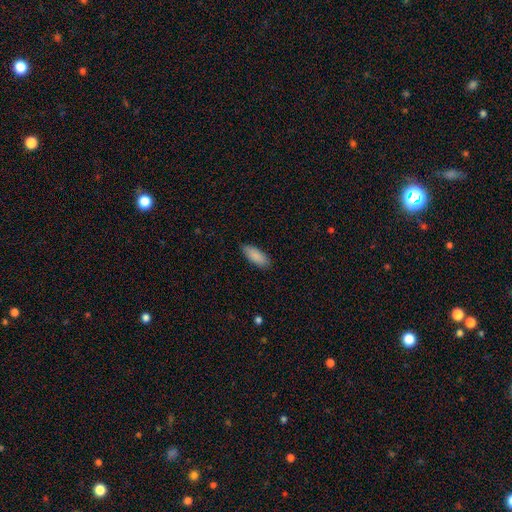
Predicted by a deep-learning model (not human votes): A smooth galaxy with no disk features (89%) that is in between round and cigar-shaped (76%). Merging: none (85%).